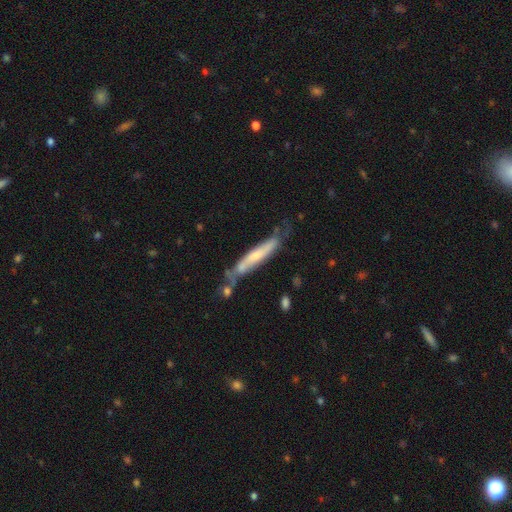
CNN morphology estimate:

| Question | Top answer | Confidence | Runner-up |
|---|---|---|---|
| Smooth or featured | featured or disk | 53% | smooth (41%) |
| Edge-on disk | yes | 67% | no (33%) |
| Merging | none | 46% | minor disturbance (28%) |